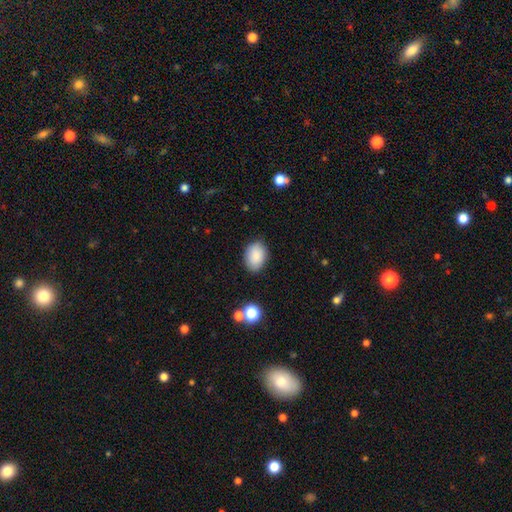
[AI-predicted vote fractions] The model was most divided on "how rounded": in between: 80%, round: 19%, cigar-shaped: 1%. More confident: smooth or featured — smooth (87%); merging — none (84%).